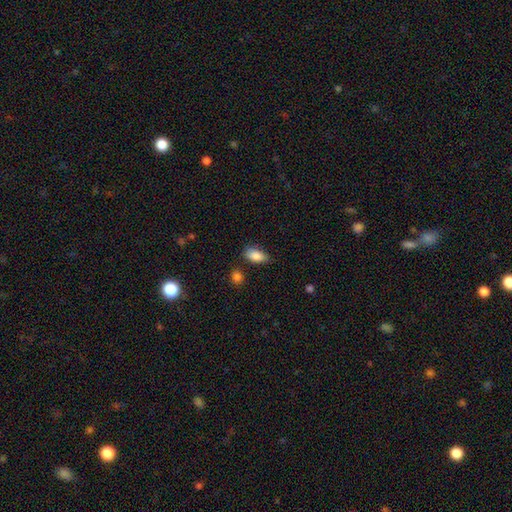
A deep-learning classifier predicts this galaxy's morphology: Smooth or featured? smooth (87%)
How rounded? in between (91%)
Merging? none (75%)